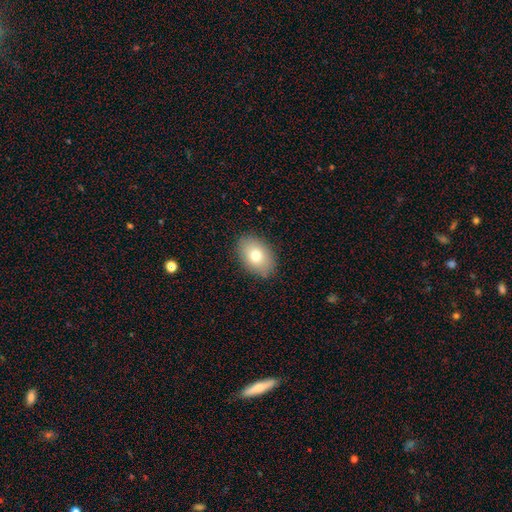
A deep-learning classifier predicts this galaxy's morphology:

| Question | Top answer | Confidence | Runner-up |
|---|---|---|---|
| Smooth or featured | smooth | 75% | featured or disk (15%) |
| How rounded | in between | 82% | round (17%) |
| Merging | none | 87% | minor disturbance (9%) |